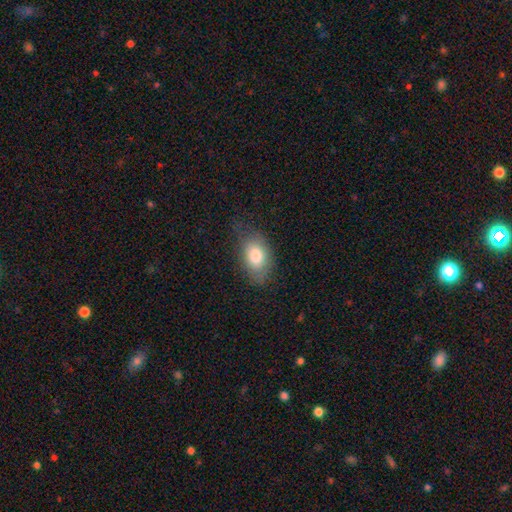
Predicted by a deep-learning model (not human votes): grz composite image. It shows a smooth galaxy with no disk features (79%) that is in between round and cigar-shaped (88%). Merging: none (63%).